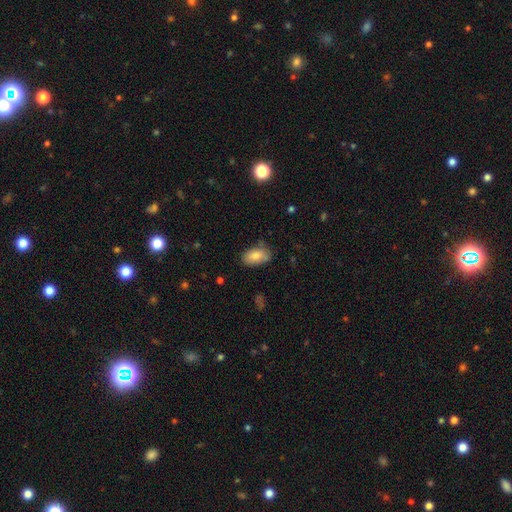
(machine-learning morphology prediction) smooth_or_featured: smooth (p=0.83) [alt: featured or disk p=0.10]
how_rounded: in between (p=0.93) [alt: round p=0.05]
merging: none (p=0.74) [alt: minor disturbance p=0.19]